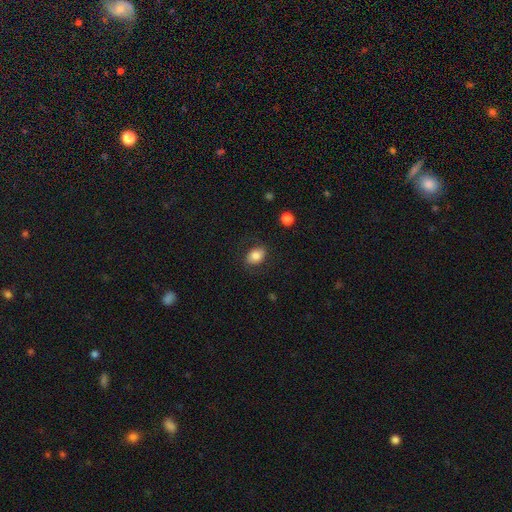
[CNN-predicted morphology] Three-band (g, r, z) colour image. It shows a smooth galaxy with no disk features (80%) that is in between round and cigar-shaped (75%). Merging: none (78%).